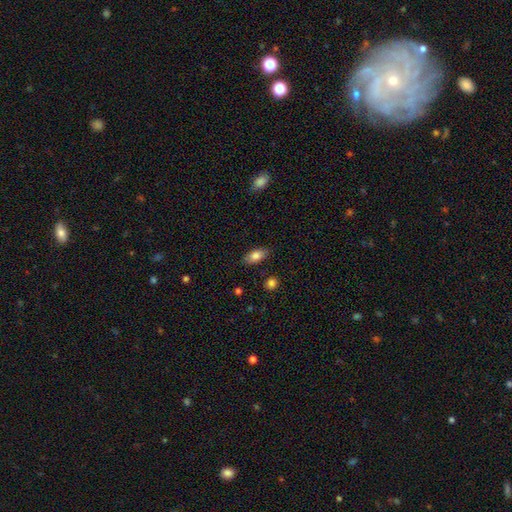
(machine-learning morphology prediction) A smooth galaxy with no disk features (82%) that is in between round and cigar-shaped (89%). Merging: none (85%).